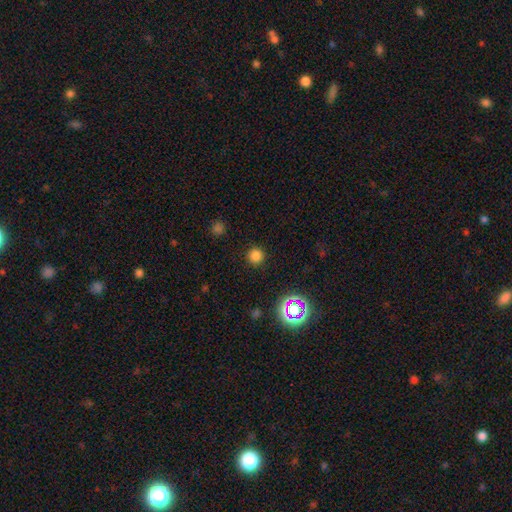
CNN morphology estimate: A smooth galaxy with no disk features (77%) that is round (95%). Merging: none (90%).